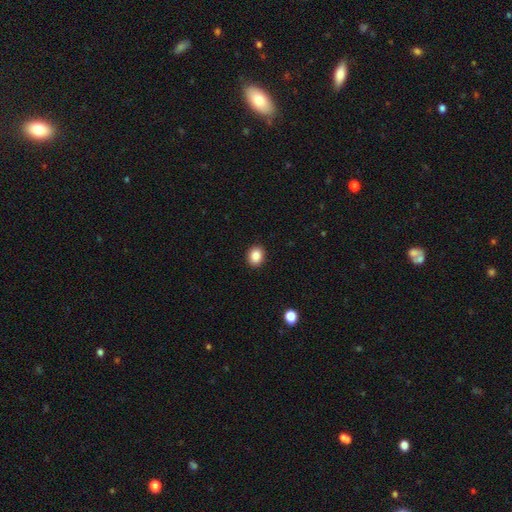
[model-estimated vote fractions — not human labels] Overall: smooth (86%). How rounded: round (58%; in between 42%). Merging: none (92%).